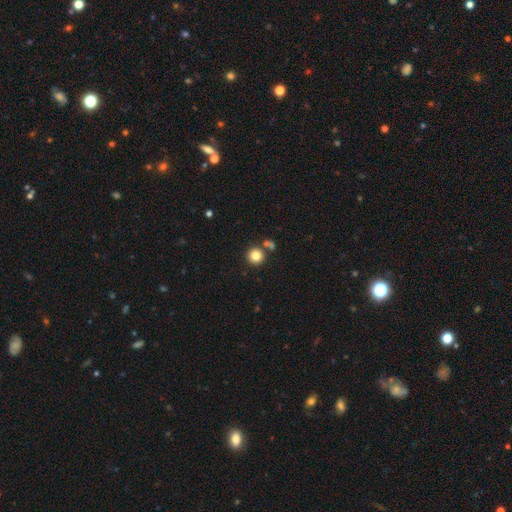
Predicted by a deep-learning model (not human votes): smooth_or_featured: smooth (p=0.83) [alt: star or artifact p=0.11]
how_rounded: round (p=0.93) [alt: in between p=0.06]
merging: none (p=0.77) [alt: merger p=0.13]